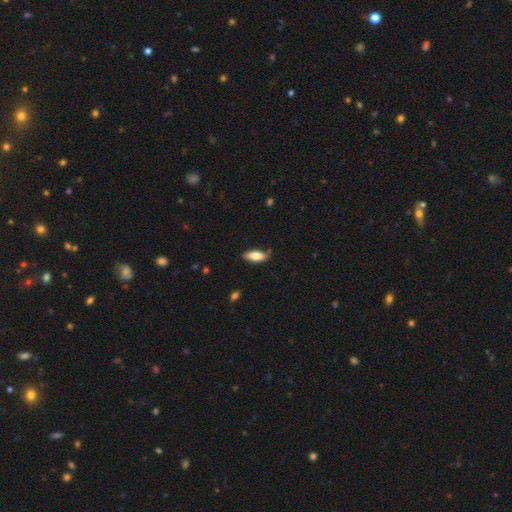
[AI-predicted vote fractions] smooth 76%, featured or disk 18%, star or artifact 6%. Down the decision tree: how rounded — in between (76%); merging — none (79%).